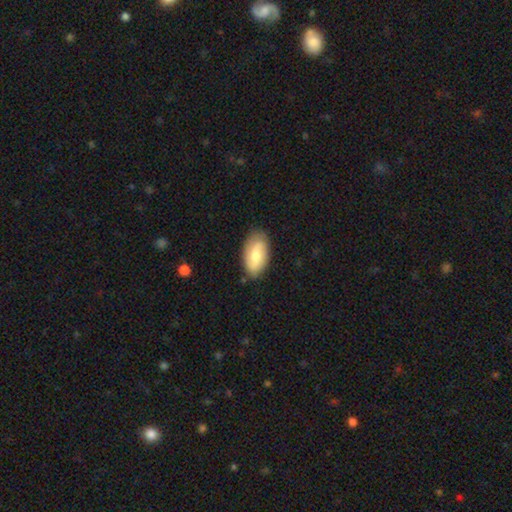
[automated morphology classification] The model was most divided on "smooth or featured": smooth: 61%, featured or disk: 33%, star or artifact: 6%. More confident: how rounded — in between (94%); merging — none (80%).